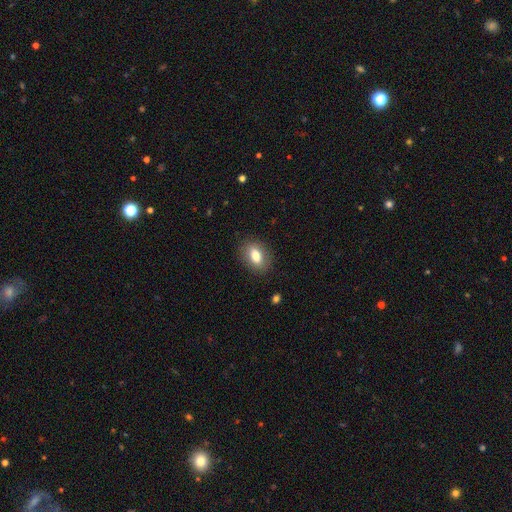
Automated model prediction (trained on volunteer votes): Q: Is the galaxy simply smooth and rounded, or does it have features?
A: smooth — 79%.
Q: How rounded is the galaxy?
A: in between — 81%.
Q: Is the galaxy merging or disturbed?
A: none — 87%.